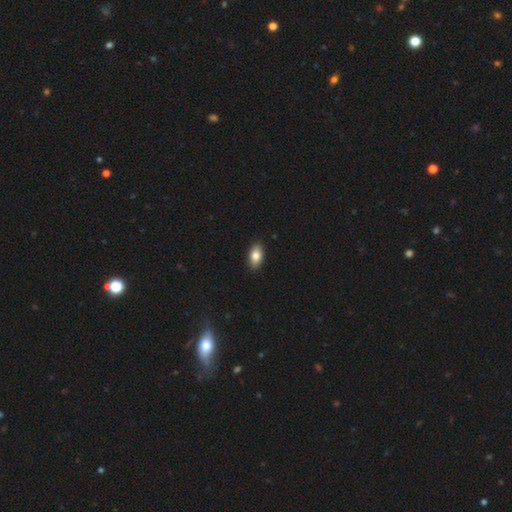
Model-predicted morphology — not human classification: Smooth or featured? smooth (82%)
How rounded? in between (92%)
Merging? none (90%)